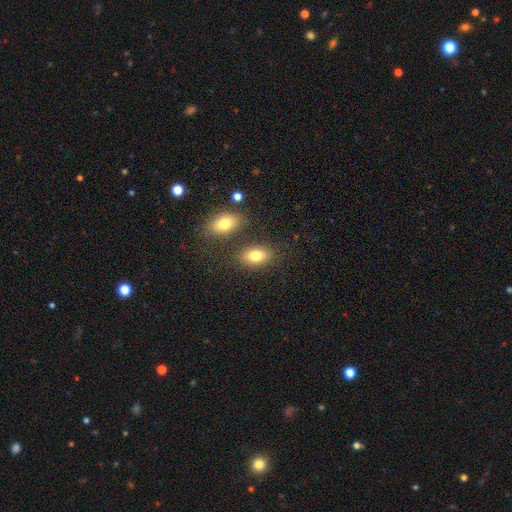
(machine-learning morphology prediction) Overall: smooth (79%). How rounded: in between (84%). Merging: none (76%).